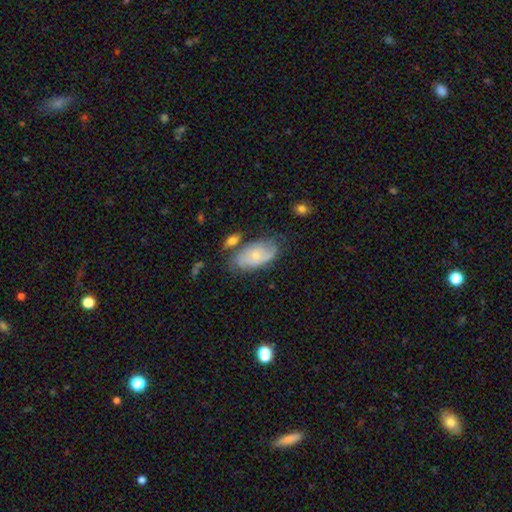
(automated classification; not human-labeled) A featured or disk galaxy (52%). Merging: none (55%).